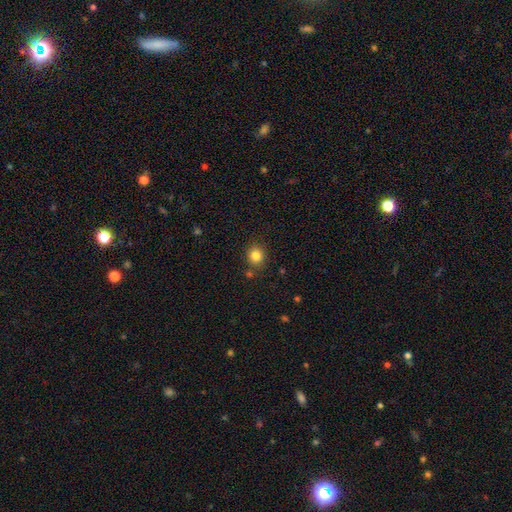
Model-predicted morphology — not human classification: Smooth or featured?
  - smooth: 83% *
  - star or artifact: 12%
  - featured or disk: 5%
How rounded?
  - round: 80% *
  - in between: 19%
  - cigar-shaped: 1%
Merging?
  - none: 83% *
  - minor disturbance: 9%
  - merger: 5%
  - major disturbance: 3%